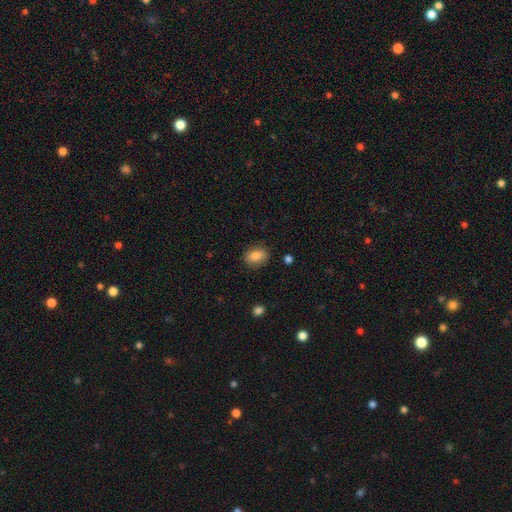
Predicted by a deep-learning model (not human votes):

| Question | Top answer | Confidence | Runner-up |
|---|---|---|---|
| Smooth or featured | smooth | 84% | star or artifact (8%) |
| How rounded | in between | 75% | round (23%) |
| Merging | none | 84% | minor disturbance (12%) |